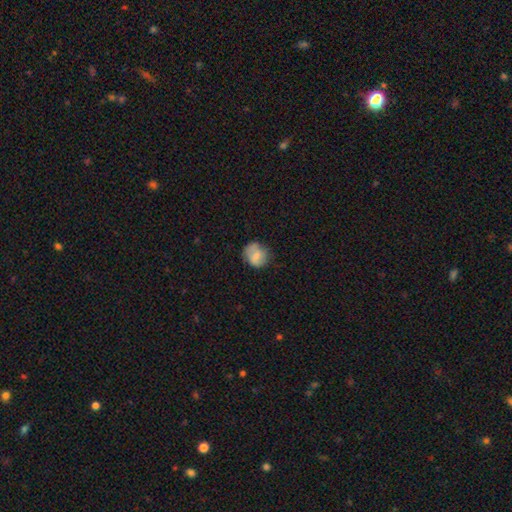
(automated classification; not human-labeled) Overall: smooth (72%). How rounded: round (74%). Merging: none (65%).